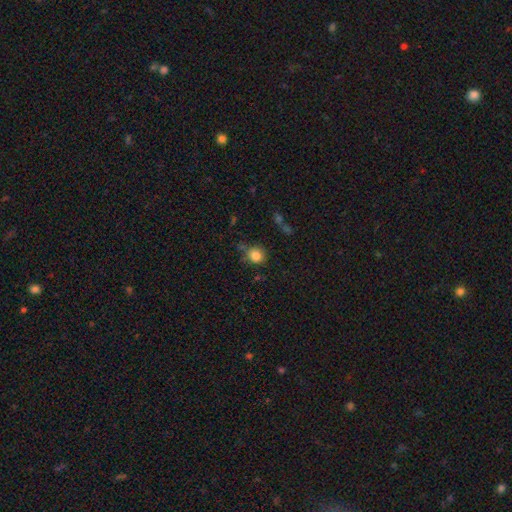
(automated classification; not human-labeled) smooth-or-featured: smooth: 84% | star or artifact: 11% | featured or disk: 5%
  how-rounded: round: 86% | in between: 13% | cigar-shaped: 1%
  merging: none: 71% | minor disturbance: 18% | merger: 6% | major disturbance: 5%